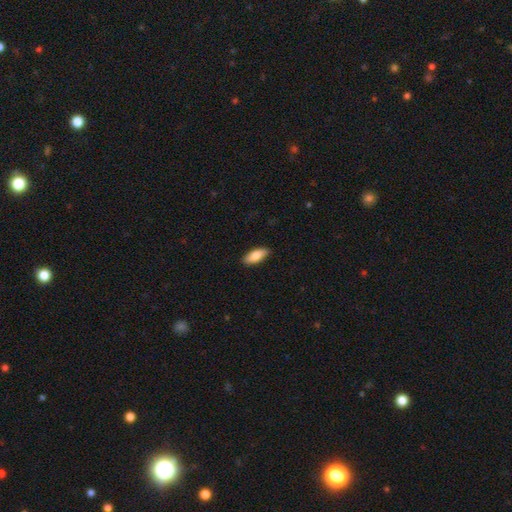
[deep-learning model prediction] smooth 84%, featured or disk 11%, star or artifact 6%. Down the decision tree: how rounded — in between (81%); merging — none (88%).